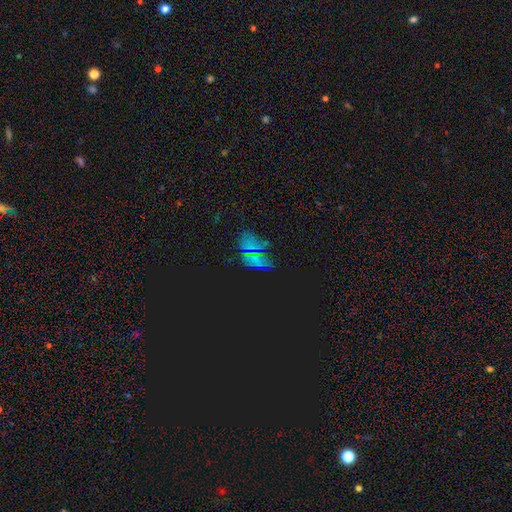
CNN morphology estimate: star or artifact 61%, smooth 26%, featured or disk 13%.